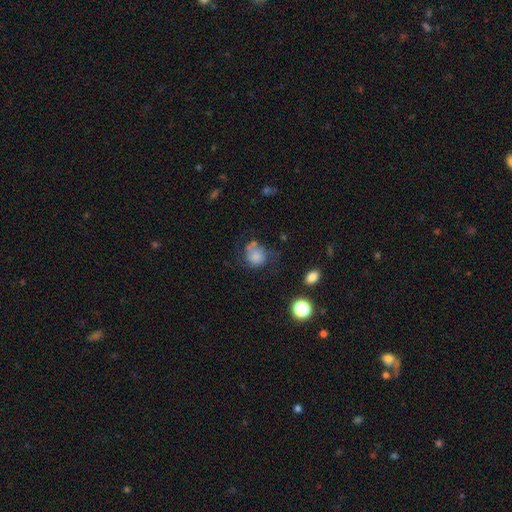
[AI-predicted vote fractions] smooth_or_featured: smooth (p=0.75) [alt: featured or disk p=0.14]
how_rounded: round (p=0.71) [alt: in between p=0.28]
merging: none (p=0.45) [alt: minor disturbance p=0.28]